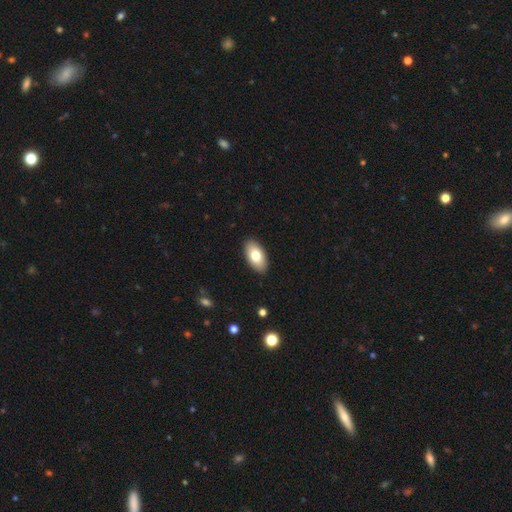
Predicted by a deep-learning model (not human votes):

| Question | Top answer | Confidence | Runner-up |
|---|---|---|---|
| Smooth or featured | smooth | 77% | featured or disk (16%) |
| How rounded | in between | 95% | round (3%) |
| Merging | none | 90% | minor disturbance (8%) |